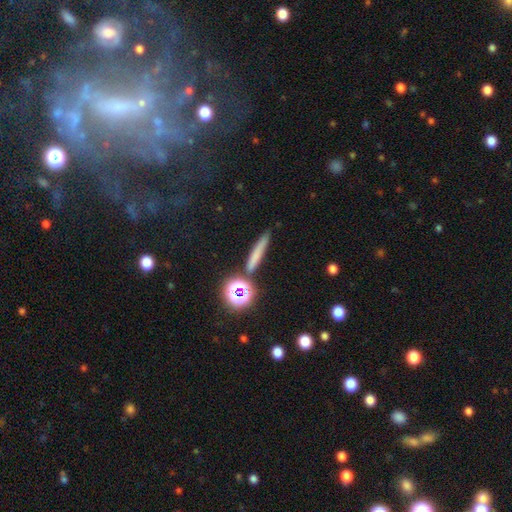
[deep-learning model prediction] Q: Smooth or featured?
A: smooth (64%); runner-up: star or artifact (19%)
Q: How rounded?
A: cigar-shaped (84%); runner-up: round (9%)
Q: Merging?
A: none (83%); runner-up: minor disturbance (10%)